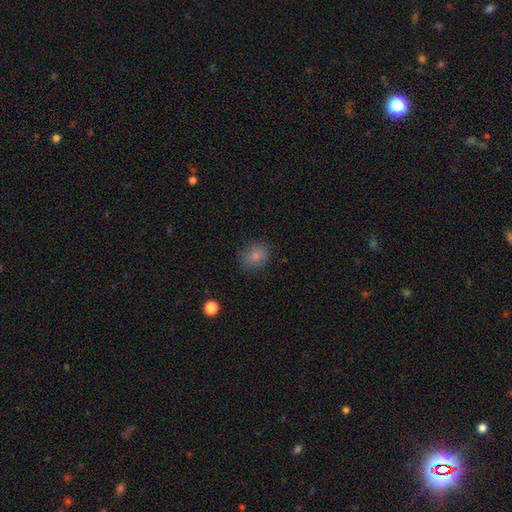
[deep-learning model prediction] The model was most divided on "how rounded": round: 59%, in between: 40%, cigar-shaped: 1%. More confident: smooth or featured — smooth (80%); merging — none (79%).